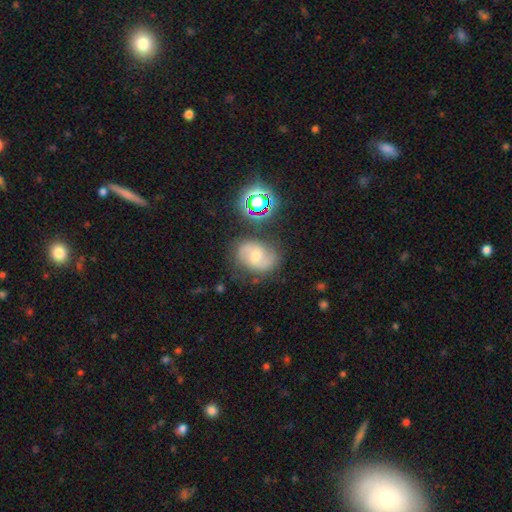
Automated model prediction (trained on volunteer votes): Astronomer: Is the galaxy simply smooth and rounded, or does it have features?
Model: featured or disk — 61%.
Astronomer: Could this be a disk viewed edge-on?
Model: no — 96%.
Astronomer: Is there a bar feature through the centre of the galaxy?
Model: no — 53% (runner-up: weak, 37%).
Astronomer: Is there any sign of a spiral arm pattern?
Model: yes — 89%.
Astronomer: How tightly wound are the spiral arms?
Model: medium — 49% (runner-up: tight, 26%).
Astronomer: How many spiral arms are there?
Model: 2 — 84%.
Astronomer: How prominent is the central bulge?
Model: moderate — 54% (runner-up: small, 38%).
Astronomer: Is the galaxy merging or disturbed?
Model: none — 72%.